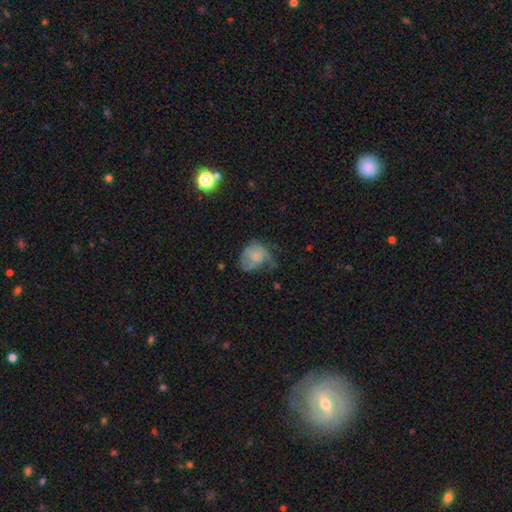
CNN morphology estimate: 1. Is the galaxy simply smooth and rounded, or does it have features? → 55% smooth, 36% featured or disk, 9% star or artifact.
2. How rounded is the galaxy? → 50% in between, 49% round, 1% cigar-shaped.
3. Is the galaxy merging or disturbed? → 40% major disturbance, 31% minor disturbance, 27% none, 3% merger.